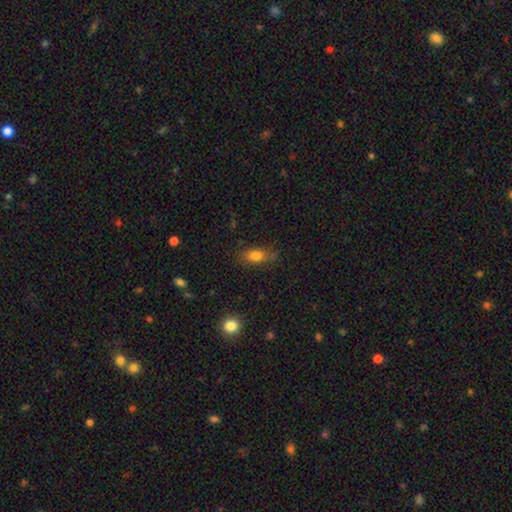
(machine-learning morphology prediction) Smooth or featured? Predicted: smooth (p=0.80). How rounded? Predicted: in between (p=0.80). Merging? Predicted: none (p=0.72).